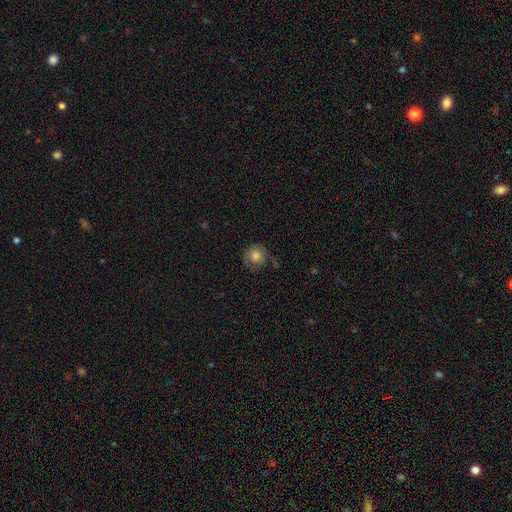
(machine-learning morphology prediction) Overall: smooth (74%). How rounded: round (89%). Merging: none (68%).